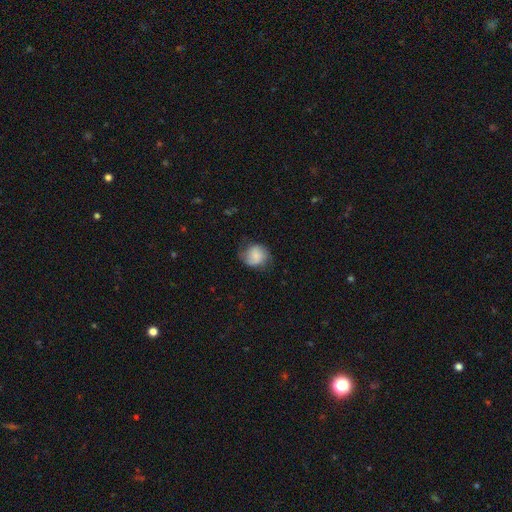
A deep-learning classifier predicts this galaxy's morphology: Smooth or featured? smooth (68%)
How rounded? round (73%)
Merging? none (59%)